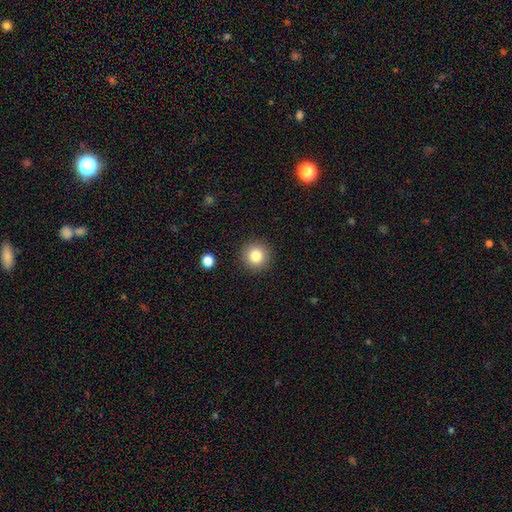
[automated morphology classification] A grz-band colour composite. It shows a smooth galaxy with no disk features (83%) that is round (95%). Merging: none (91%).